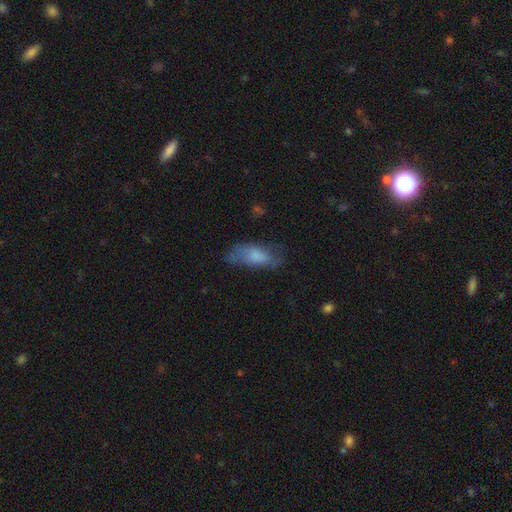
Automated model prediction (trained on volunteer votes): smooth-or-featured: smooth: 70% | featured or disk: 22% | star or artifact: 8%
  how-rounded: in between: 76% | cigar-shaped: 22% | round: 3%
  merging: none: 51% | minor disturbance: 30% | major disturbance: 17% | merger: 2%